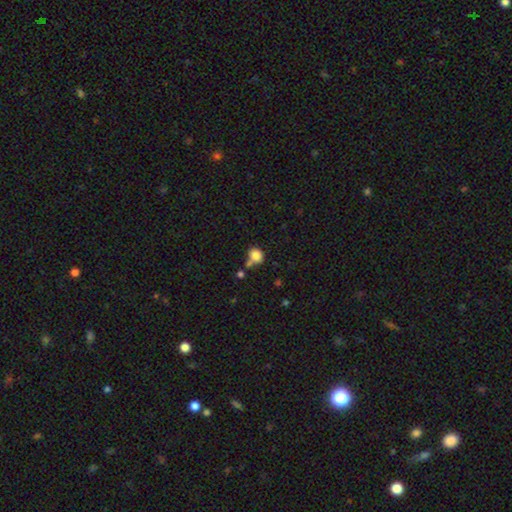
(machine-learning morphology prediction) This is clearly a smooth galaxy (83%). How rounded: likely round (65%). Merging: possibly none (50%).